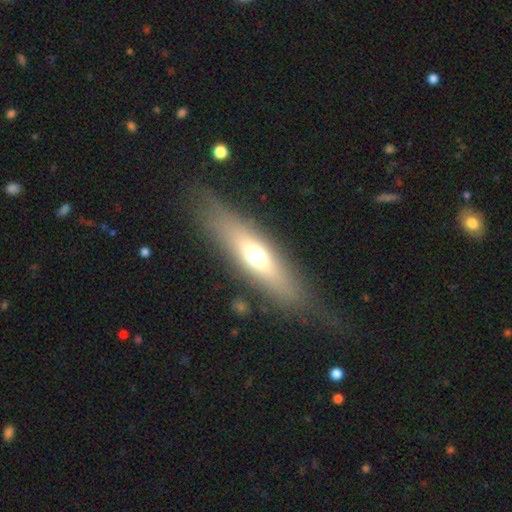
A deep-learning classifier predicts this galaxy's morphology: smooth_or_featured: smooth (p=0.51) [alt: featured or disk p=0.42]
how_rounded: cigar-shaped (p=0.59) [alt: in between p=0.38]
merging: none (p=0.79) [alt: minor disturbance p=0.12]